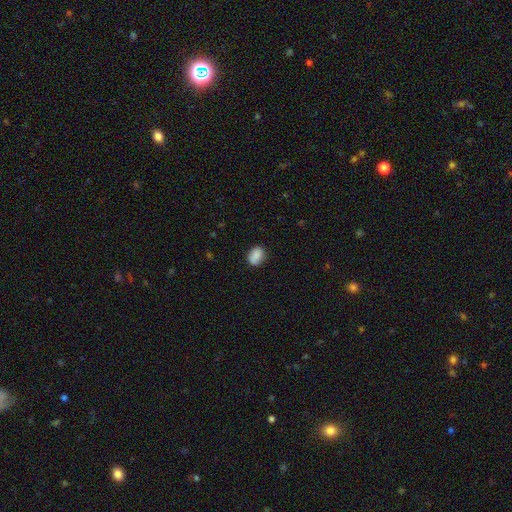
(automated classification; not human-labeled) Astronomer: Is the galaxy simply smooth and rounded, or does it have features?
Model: smooth — 86%.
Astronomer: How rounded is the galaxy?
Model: in between — 70%.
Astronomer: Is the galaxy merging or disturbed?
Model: none — 77%.